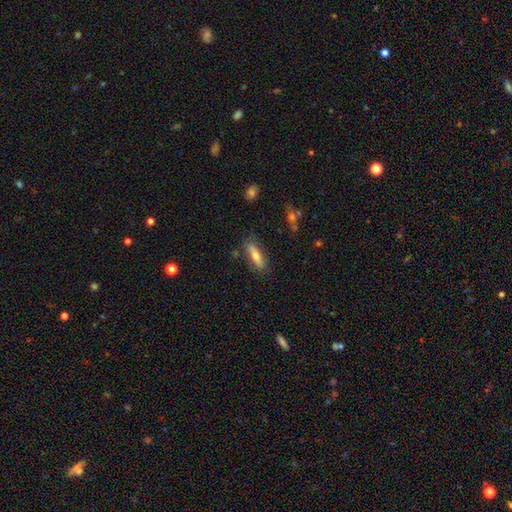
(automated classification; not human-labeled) smooth_or_featured: smooth (p=0.65) [alt: featured or disk p=0.28]
how_rounded: cigar-shaped (p=0.64) [alt: in between p=0.34]
merging: none (p=0.82) [alt: minor disturbance p=0.13]